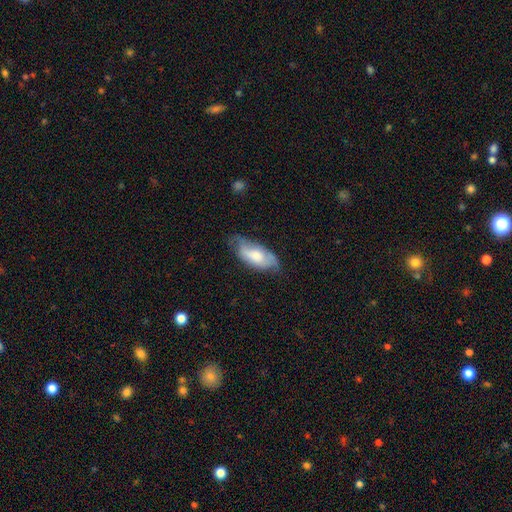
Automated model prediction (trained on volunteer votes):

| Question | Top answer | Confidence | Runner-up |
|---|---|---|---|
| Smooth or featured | smooth | 57% | featured or disk (37%) |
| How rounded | in between | 87% | cigar-shaped (10%) |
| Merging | none | 48% | minor disturbance (36%) |